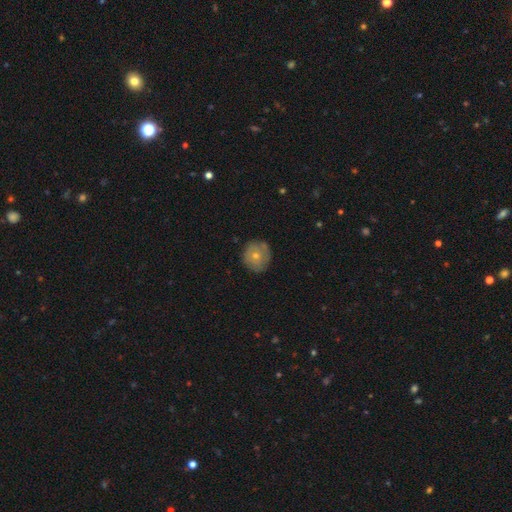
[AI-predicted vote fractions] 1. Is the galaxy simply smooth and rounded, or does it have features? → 61% smooth, 31% featured or disk, 8% star or artifact.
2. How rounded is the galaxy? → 90% round, 9% in between, 1% cigar-shaped.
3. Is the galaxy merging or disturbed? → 78% none, 16% minor disturbance, 3% major disturbance, 3% merger.